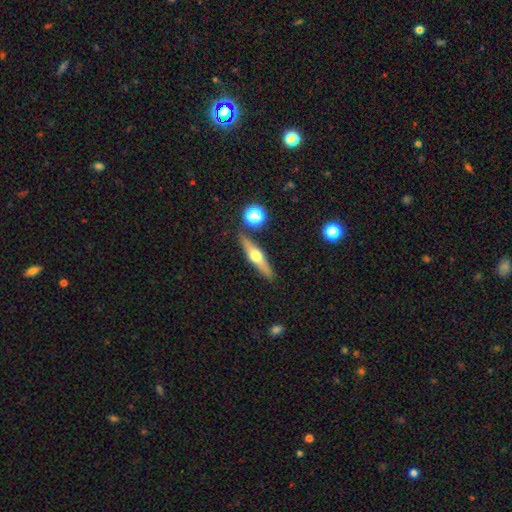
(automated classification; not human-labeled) This appears to be a featured or disk galaxy (60%) viewed edge-on (95%) with a rounded central bulge (95%). Merging: none (86%).